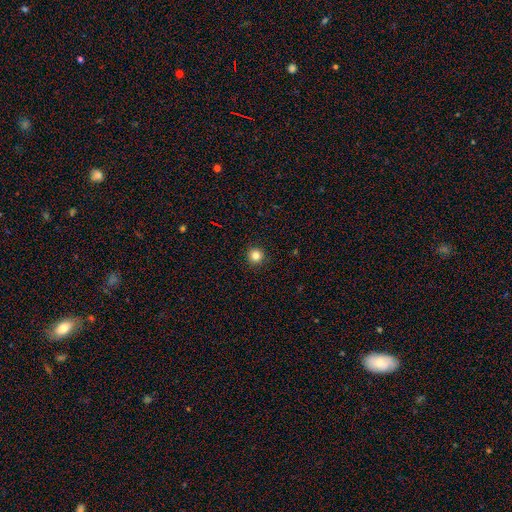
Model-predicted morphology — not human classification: Smooth or featured? Predicted: smooth (p=0.83). How rounded? Predicted: round (p=0.96). Merging? Predicted: none (p=0.94).